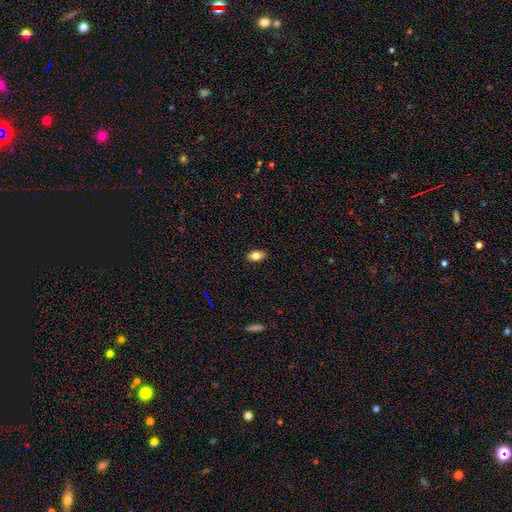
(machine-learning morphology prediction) This appears to be a smooth galaxy with no disk features (81%) that is in between round and cigar-shaped (89%). Merging: none (88%).